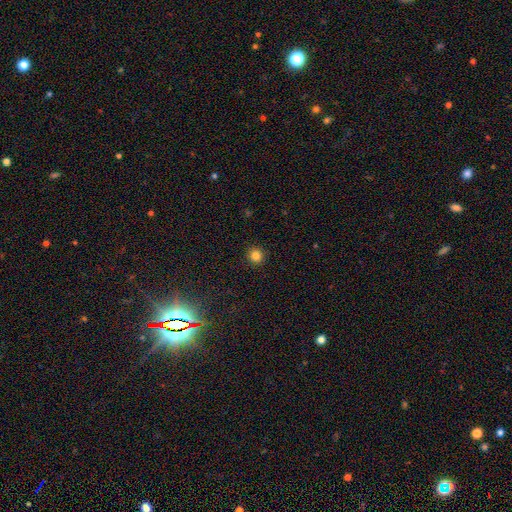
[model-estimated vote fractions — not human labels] Overall: smooth (83%). How rounded: round (92%). Merging: none (92%).